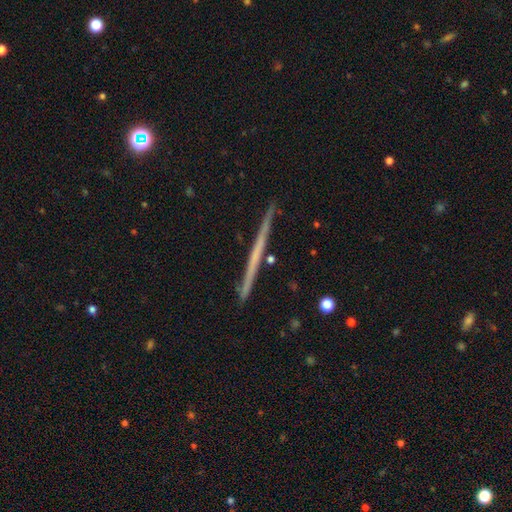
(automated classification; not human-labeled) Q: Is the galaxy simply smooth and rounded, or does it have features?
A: featured or disk — 63%.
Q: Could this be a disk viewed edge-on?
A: yes — 98%.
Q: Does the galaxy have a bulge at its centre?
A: none — 90%.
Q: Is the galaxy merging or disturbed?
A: none — 91%.